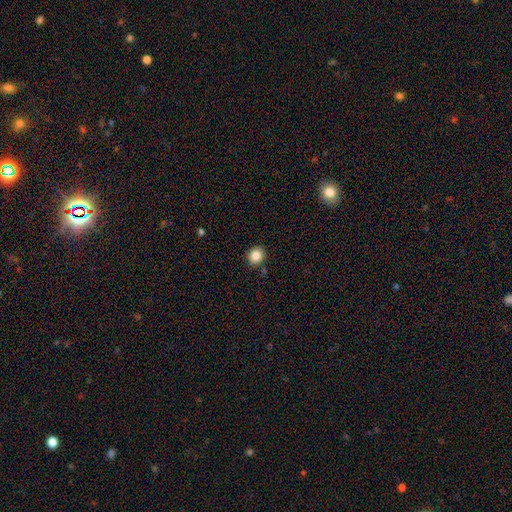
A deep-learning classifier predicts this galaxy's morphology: type=smooth (85%); roundness=round (81%); merging=none (88%).